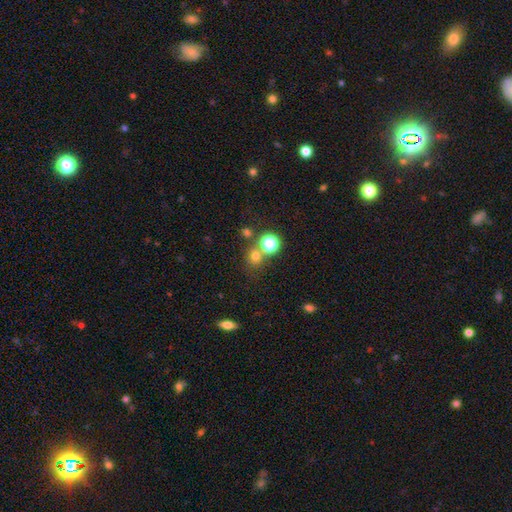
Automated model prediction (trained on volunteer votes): A smooth galaxy with no disk features (69%) that is round (83%). Merging: none (64%).